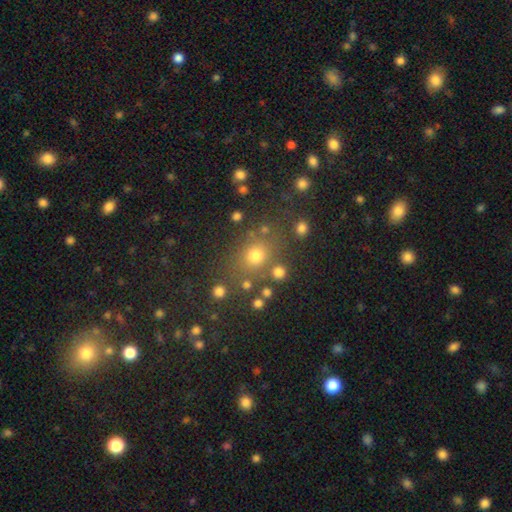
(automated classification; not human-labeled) Overall: smooth (70%). How rounded: round (72%). Merging: none (74%).